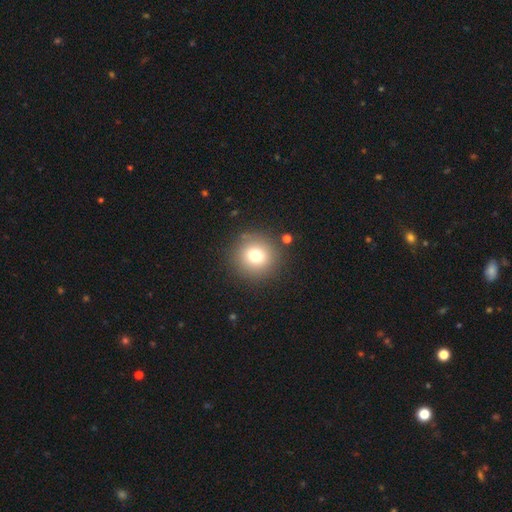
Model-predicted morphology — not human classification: Q: Smooth or featured?
A: smooth (75%); runner-up: star or artifact (14%)
Q: How rounded?
A: round (93%); runner-up: in between (6%)
Q: Merging?
A: none (87%); runner-up: minor disturbance (7%)